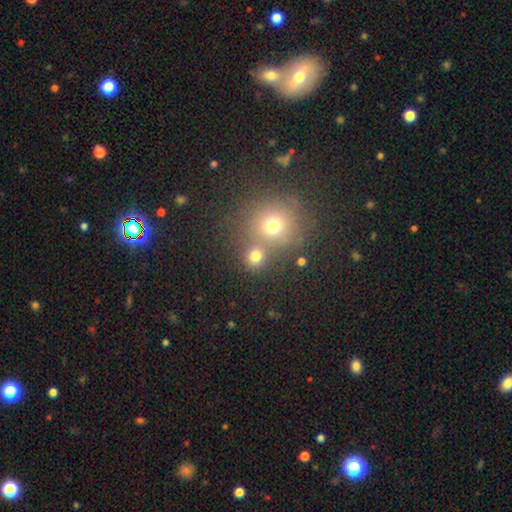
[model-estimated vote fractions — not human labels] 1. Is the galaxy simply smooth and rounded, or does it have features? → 75% smooth, 17% star or artifact, 8% featured or disk.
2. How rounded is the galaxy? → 87% round, 12% in between, 1% cigar-shaped.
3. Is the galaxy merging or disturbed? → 57% none, 32% merger, 7% minor disturbance, 4% major disturbance.